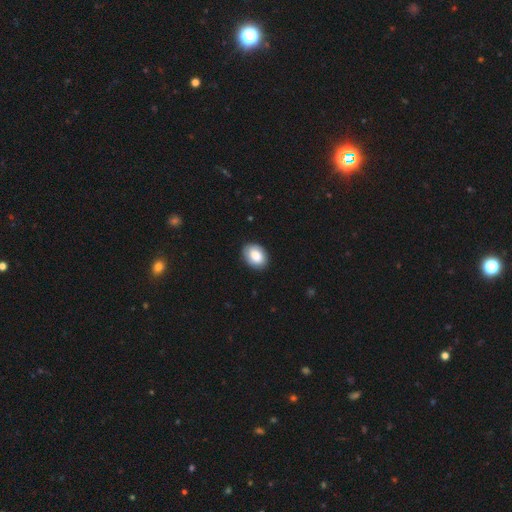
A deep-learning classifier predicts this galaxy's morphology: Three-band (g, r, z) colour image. It shows a smooth galaxy with no disk features (81%) that is in between round and cigar-shaped (76%). Merging: none (85%).